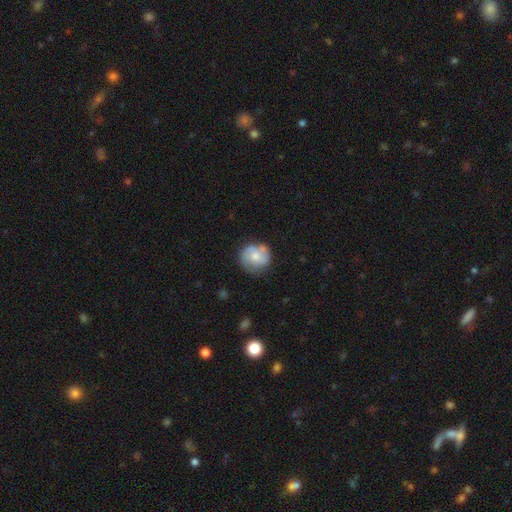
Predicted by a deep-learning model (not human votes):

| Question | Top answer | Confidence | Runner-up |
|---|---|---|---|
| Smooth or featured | smooth | 57% | featured or disk (36%) |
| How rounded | round | 87% | in between (12%) |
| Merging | none | 66% | minor disturbance (22%) |